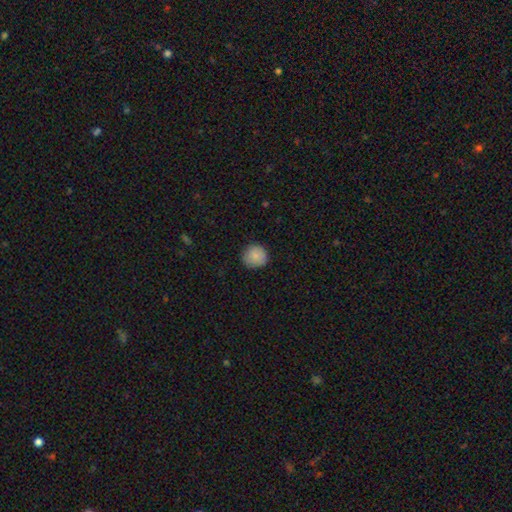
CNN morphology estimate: Smooth or featured?
  - smooth: 85% *
  - star or artifact: 8%
  - featured or disk: 7%
How rounded?
  - round: 93% *
  - in between: 6%
  - cigar-shaped: 1%
Merging?
  - none: 86% *
  - minor disturbance: 11%
  - major disturbance: 2%
  - merger: 1%